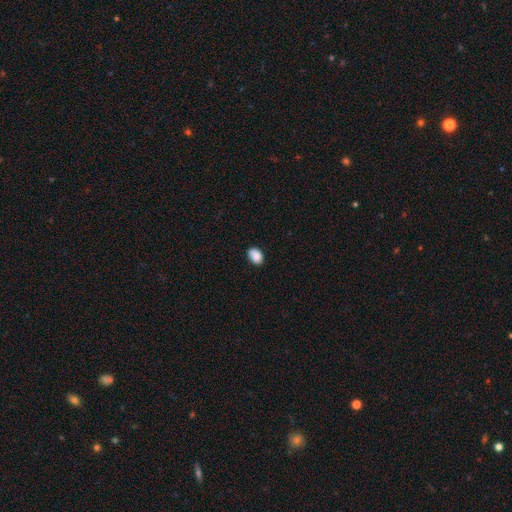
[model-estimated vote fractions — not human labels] The model was most divided on "merging": none: 78%, minor disturbance: 18%, major disturbance: 3%, merger: 1%. More confident: smooth or featured — smooth (88%); how rounded — in between (82%).